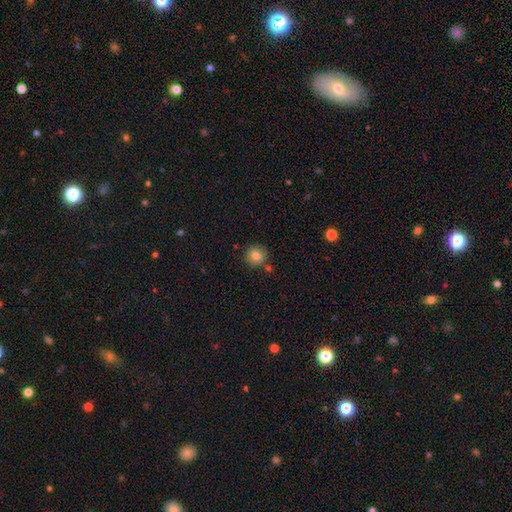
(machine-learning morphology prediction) Q: Smooth or featured?
A: smooth (81%); runner-up: featured or disk (10%)
Q: How rounded?
A: round (87%); runner-up: in between (12%)
Q: Merging?
A: none (80%); runner-up: minor disturbance (10%)